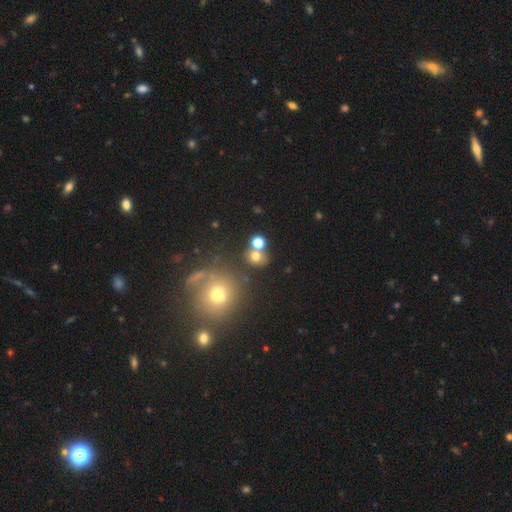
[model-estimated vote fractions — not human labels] A smooth galaxy with no disk features (69%) that is round (78%). Merging: none (58%).